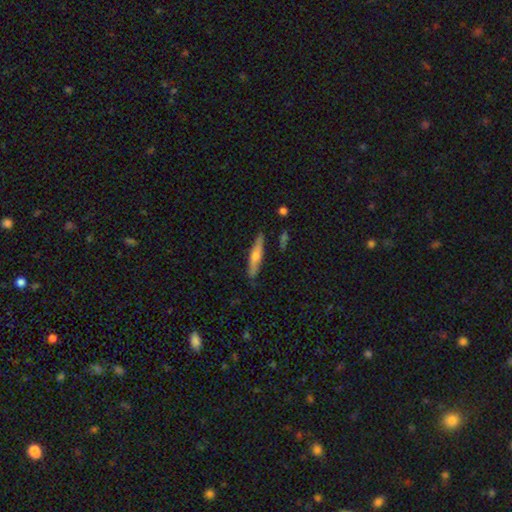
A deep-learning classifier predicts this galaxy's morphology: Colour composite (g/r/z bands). It shows a smooth galaxy with no disk features (49%). Merging: none (85%).